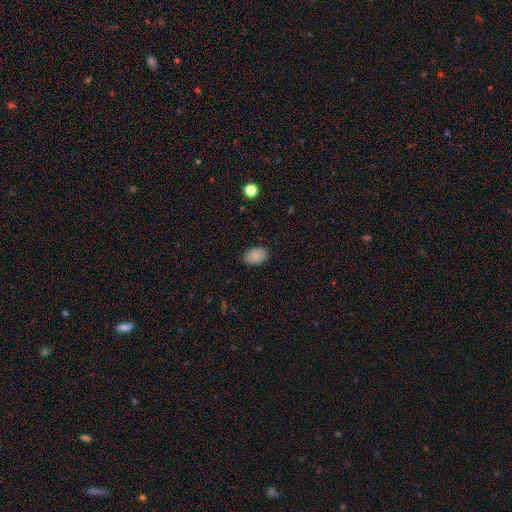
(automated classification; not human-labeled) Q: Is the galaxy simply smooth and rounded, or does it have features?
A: smooth — 88%.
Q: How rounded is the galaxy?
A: in between — 85%.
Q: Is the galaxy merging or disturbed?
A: none — 87%.